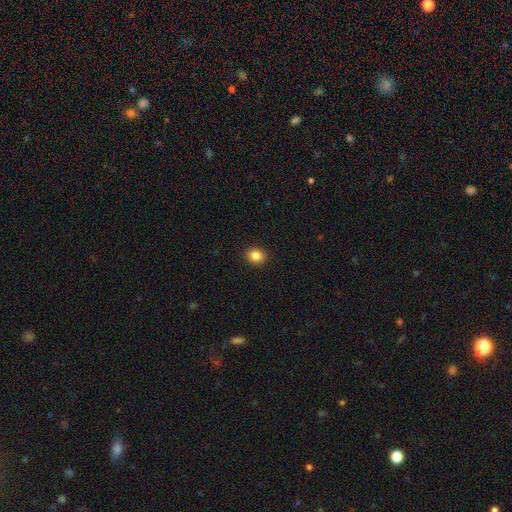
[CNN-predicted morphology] smooth 85%, star or artifact 10%, featured or disk 5%. Down the decision tree: how rounded — round (69%); merging — none (92%).